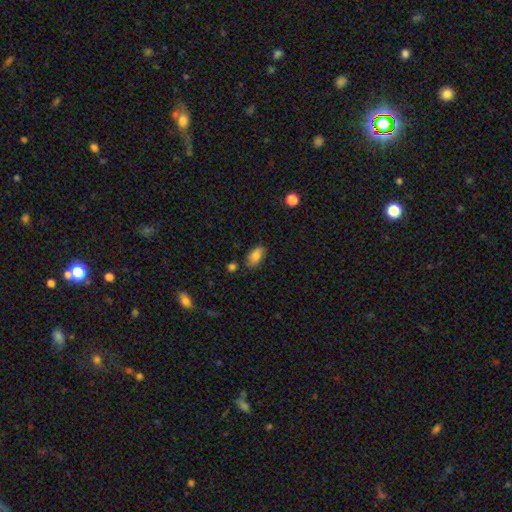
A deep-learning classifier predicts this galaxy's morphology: This appears to be a smooth galaxy with no disk features (81%) that is in between round and cigar-shaped (91%). Merging: none (78%).